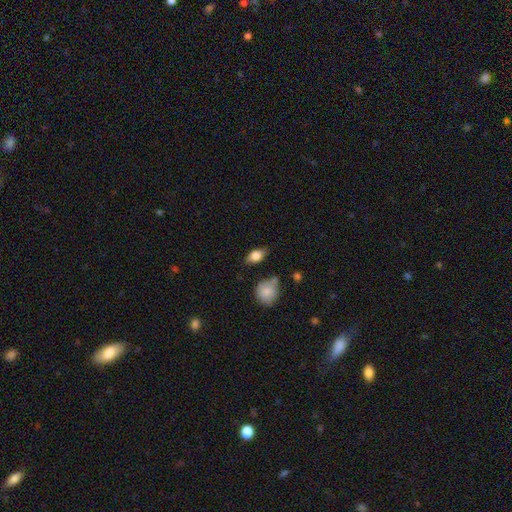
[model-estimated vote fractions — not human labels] smooth-or-featured: smooth: 79% | featured or disk: 13% | star or artifact: 7%
  how-rounded: in between: 85% | round: 9% | cigar-shaped: 6%
  merging: none: 75% | minor disturbance: 17% | merger: 4% | major disturbance: 4%